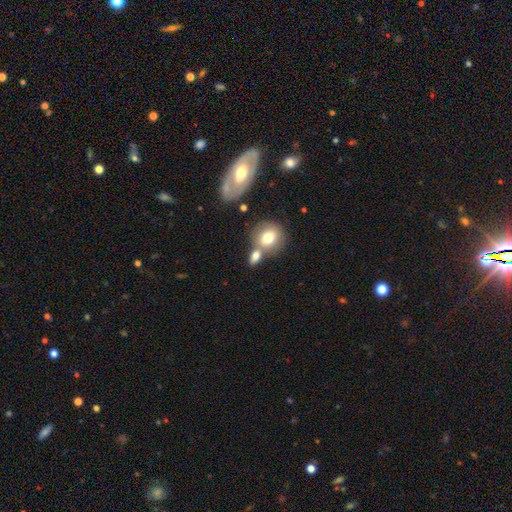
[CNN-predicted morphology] This is likely a smooth galaxy (76%). How rounded: possibly in between (51%). Merging: marginally none (45%).